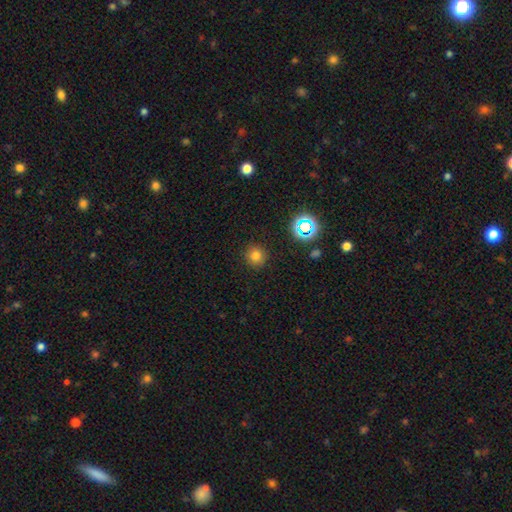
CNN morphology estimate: This appears to be a smooth galaxy with no disk features (75%) that is round (92%). Merging: none (89%).